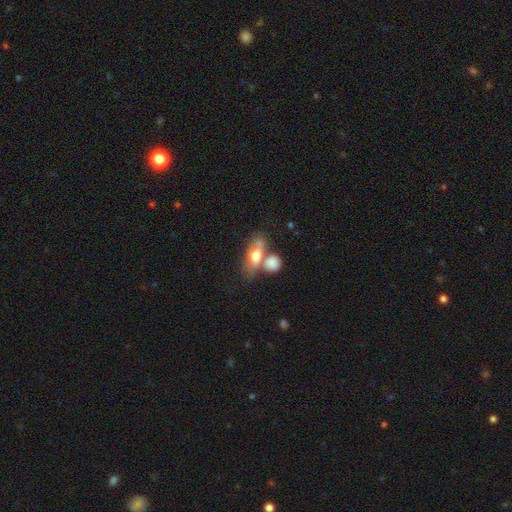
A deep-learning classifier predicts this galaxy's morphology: smooth 67%, featured or disk 25%, star or artifact 8%. Down the decision tree: how rounded — in between (74%); merging — merger (45%).